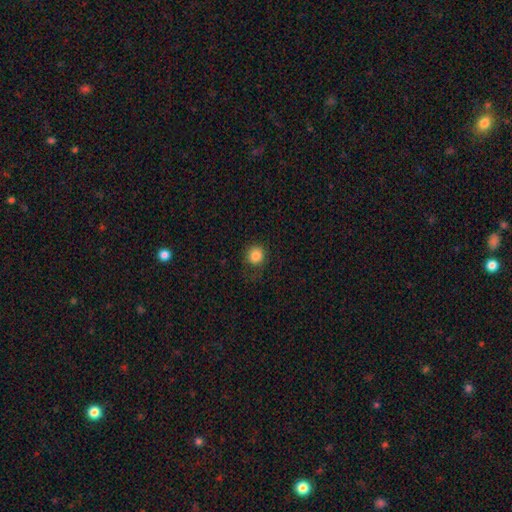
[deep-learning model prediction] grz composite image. It shows a smooth galaxy with no disk features (84%) that is round (89%). Merging: none (78%).